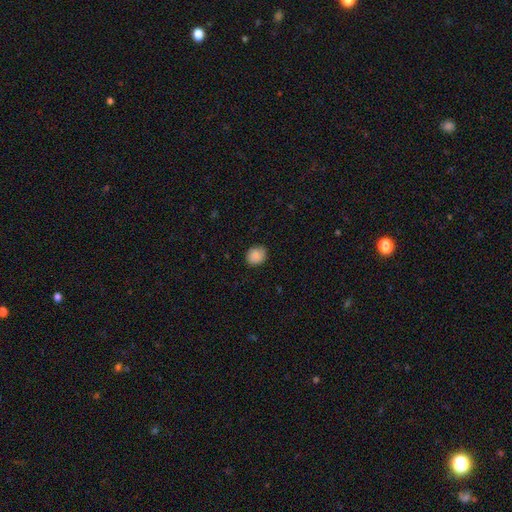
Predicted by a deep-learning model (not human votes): Overall: smooth (87%). How rounded: round (71%). Merging: none (84%).